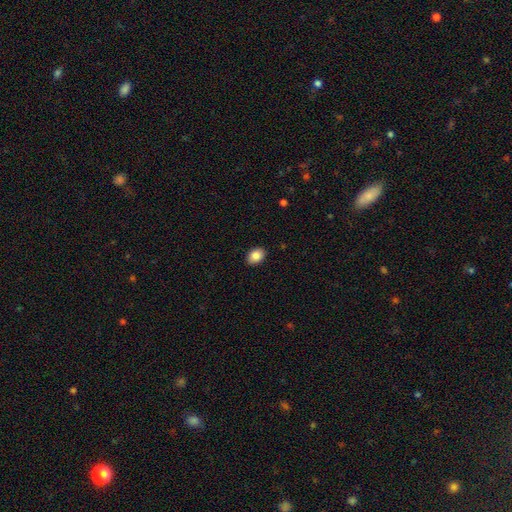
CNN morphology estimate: A smooth galaxy with no disk features (86%) that is in between round and cigar-shaped (77%).

Vote fractions:
- Smooth or featured? smooth: 86% / star or artifact: 8% / featured or disk: 6%
- How rounded? in between: 77% / round: 22% / cigar-shaped: 1%
- Merging? none: 90% / minor disturbance: 7% / major disturbance: 2% / merger: 1%